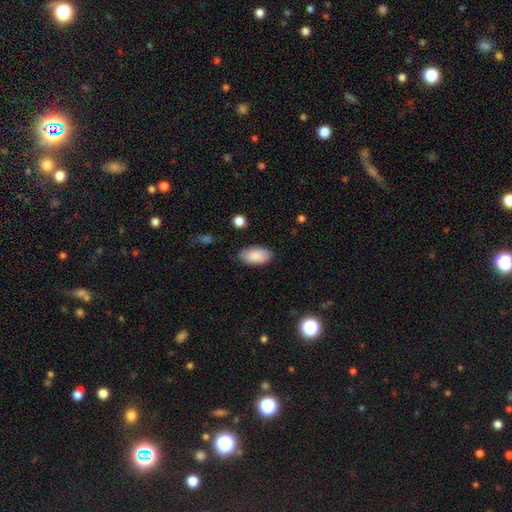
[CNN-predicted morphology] Smooth or featured: smooth — 87% (featured or disk — 7%)
How rounded: in between — 95% (round — 3%)
Merging: none — 84% (minor disturbance — 12%)